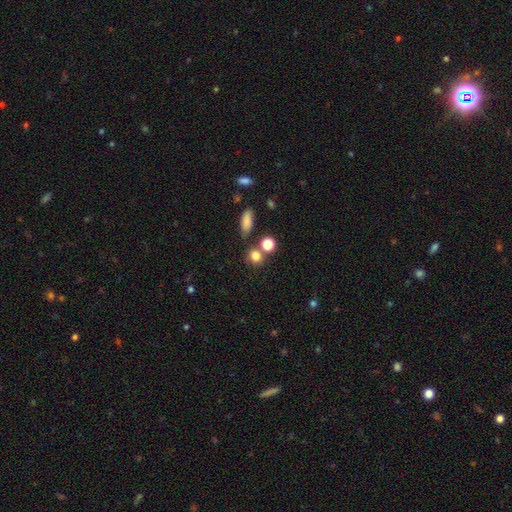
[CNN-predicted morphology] Smooth or featured? Predicted: smooth (p=0.80). How rounded? Predicted: round (p=0.79). Merging? Predicted: none (p=0.63).